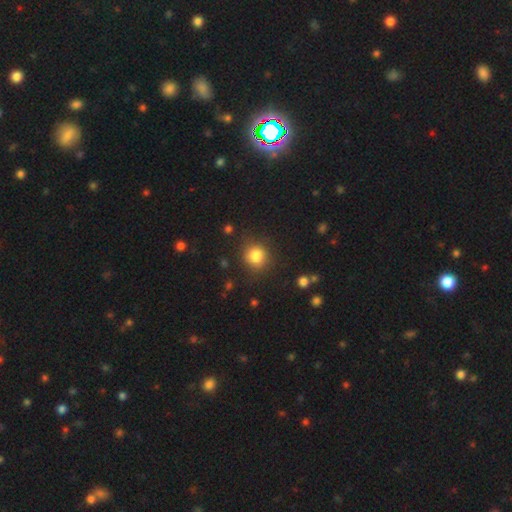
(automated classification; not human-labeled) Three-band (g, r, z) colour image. It shows a smooth galaxy with no disk features (83%) that is round (87%). Merging: none (82%).